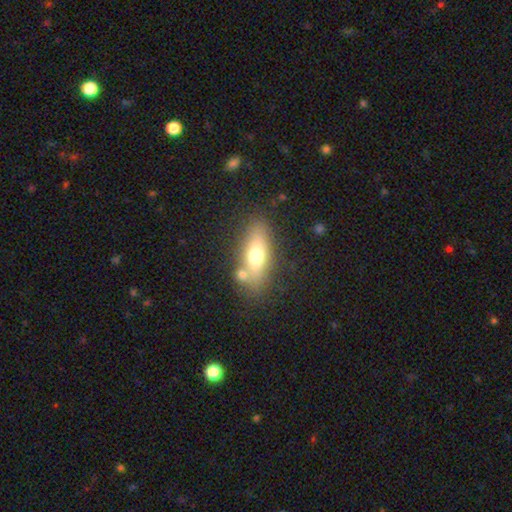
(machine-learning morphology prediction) smooth_or_featured: smooth (p=0.65) [alt: featured or disk p=0.28]
how_rounded: in between (p=0.59) [alt: cigar-shaped p=0.38]
merging: none (p=0.71) [alt: minor disturbance p=0.13]